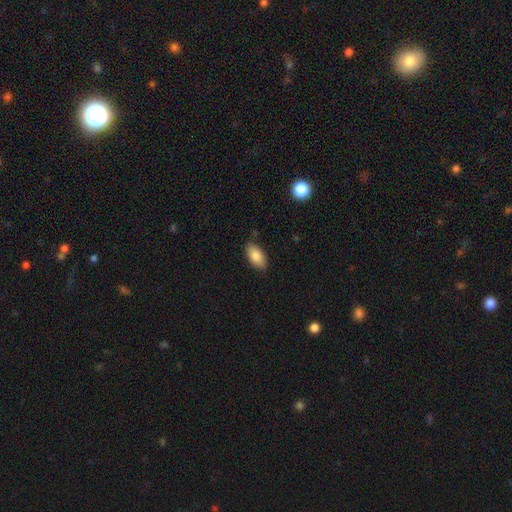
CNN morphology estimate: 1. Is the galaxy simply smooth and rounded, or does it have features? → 84% smooth, 9% featured or disk, 7% star or artifact.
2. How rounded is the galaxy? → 92% in between, 4% cigar-shaped, 3% round.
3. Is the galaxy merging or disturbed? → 85% none, 11% minor disturbance, 2% major disturbance, 1% merger.